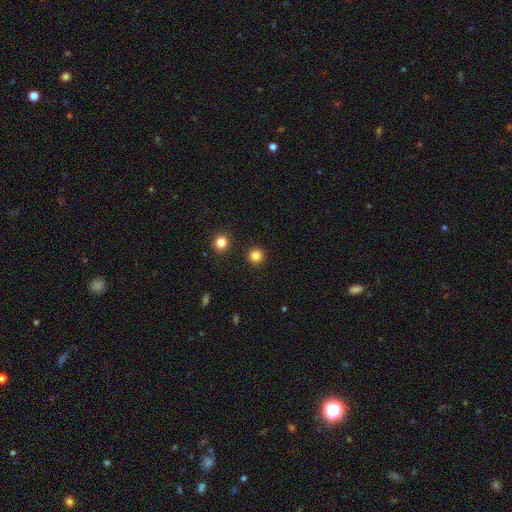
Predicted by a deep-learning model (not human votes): Smooth or featured? Predicted: smooth (p=0.83). How rounded? Predicted: round (p=0.95). Merging? Predicted: none (p=0.92).